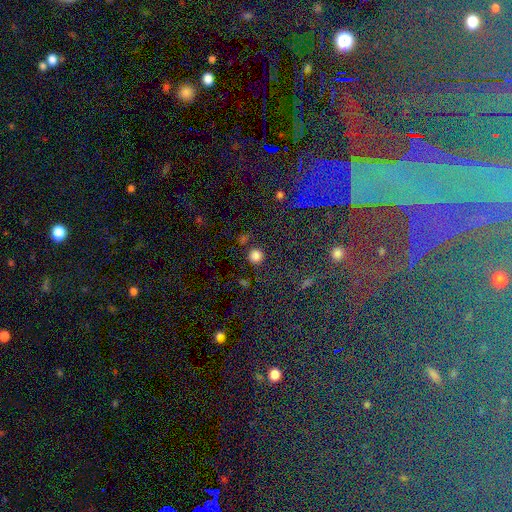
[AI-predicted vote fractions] smooth-or-featured: smooth: 75% | star or artifact: 20% | featured or disk: 5%
  how-rounded: round: 93% | in between: 6% | cigar-shaped: 1%
  merging: none: 85% | minor disturbance: 8% | merger: 4% | major disturbance: 4%